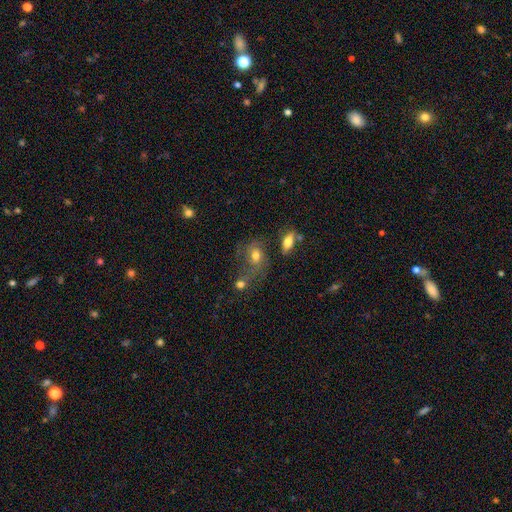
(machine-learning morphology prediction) Smooth or featured?
  - smooth: 54% *
  - featured or disk: 35%
  - star or artifact: 12%
How rounded?
  - in between: 55% *
  - round: 43%
  - cigar-shaped: 2%
Merging?
  - none: 45% *
  - minor disturbance: 21%
  - major disturbance: 18%
  - merger: 16%